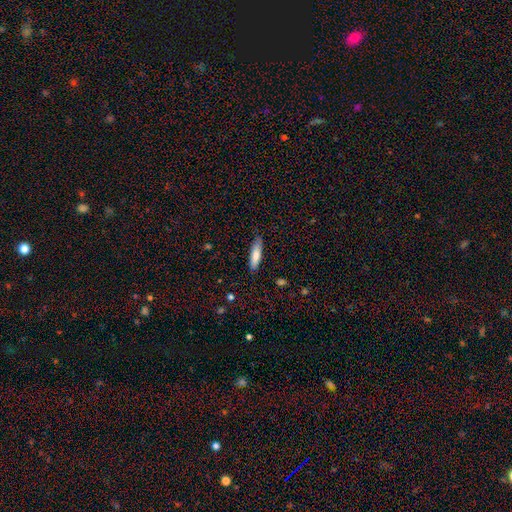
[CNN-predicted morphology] Q: Smooth or featured?
A: smooth (80%); runner-up: featured or disk (14%)
Q: How rounded?
A: cigar-shaped (68%); runner-up: in between (31%)
Q: Merging?
A: none (83%); runner-up: minor disturbance (14%)